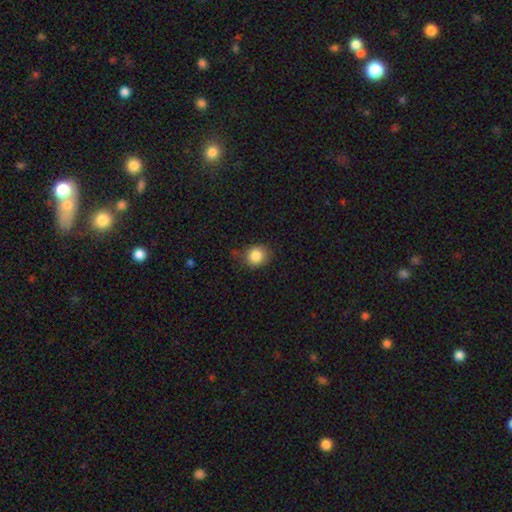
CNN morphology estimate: Smooth or featured: smooth — 86% (star or artifact — 10%)
How rounded: round — 79% (in between — 20%)
Merging: none — 73% (minor disturbance — 21%)